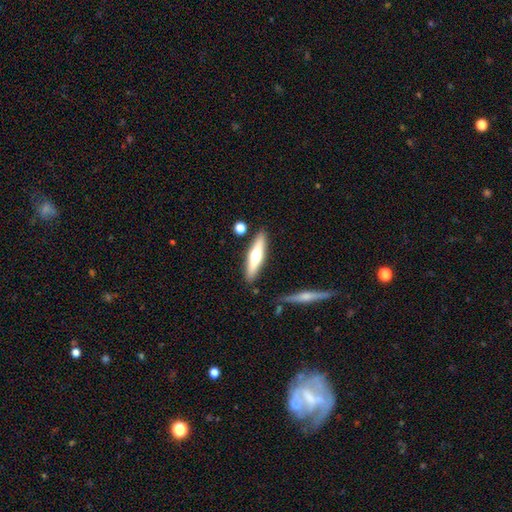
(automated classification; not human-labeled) This is possibly a featured or disk galaxy (52%). It is clearly viewed edge-on (94%). Merging: clearly none (85%).